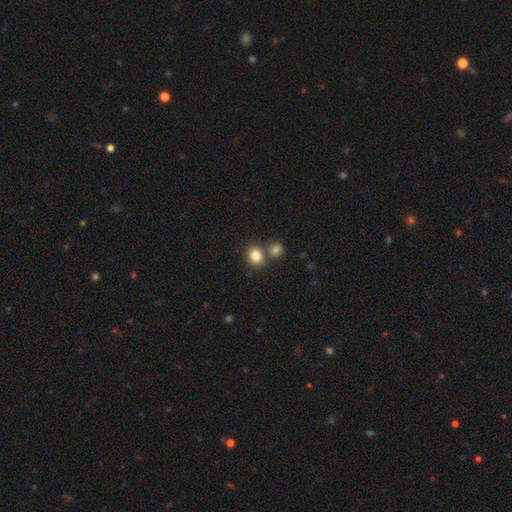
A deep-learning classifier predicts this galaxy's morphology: This appears to be a smooth galaxy with no disk features (83%) that is round (70%). Merging: none (67%).